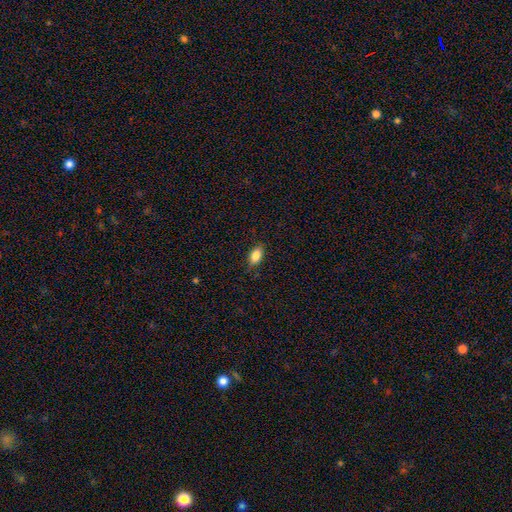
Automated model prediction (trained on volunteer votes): smooth_or_featured: smooth (p=0.86) [alt: star or artifact p=0.08]
how_rounded: in between (p=0.89) [alt: round p=0.06]
merging: none (p=0.84) [alt: minor disturbance p=0.12]